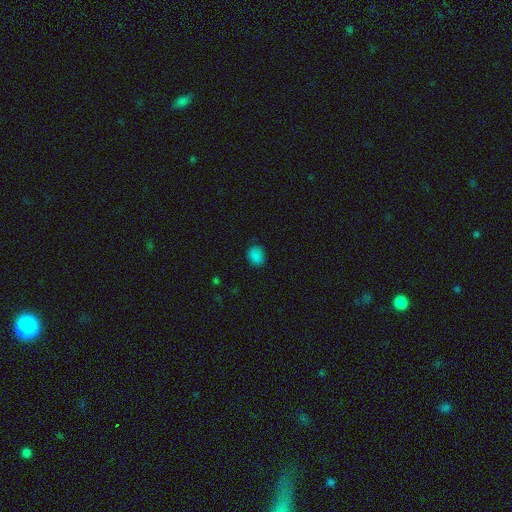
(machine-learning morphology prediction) smooth-or-featured: smooth: 84% | star or artifact: 13% | featured or disk: 3%
  how-rounded: in between: 50% | round: 49% | cigar-shaped: 1%
  merging: none: 86% | minor disturbance: 11% | major disturbance: 2% | merger: 1%